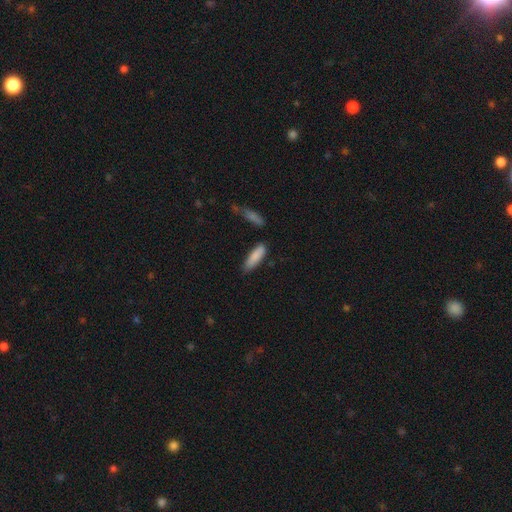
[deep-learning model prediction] Smooth or featured: smooth — 85% (featured or disk — 8%)
How rounded: cigar-shaped — 59% (in between — 39%)
Merging: none — 76% (minor disturbance — 17%)